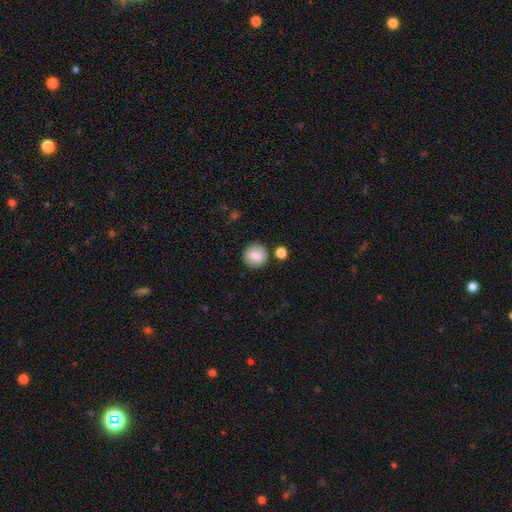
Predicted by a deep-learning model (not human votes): A smooth galaxy with no disk features (83%) that is round (92%).

Vote fractions:
- Smooth or featured? smooth: 83% / featured or disk: 9% / star or artifact: 8%
- How rounded? round: 92% / in between: 7% / cigar-shaped: 1%
- Merging? none: 83% / minor disturbance: 8% / merger: 6% / major disturbance: 3%